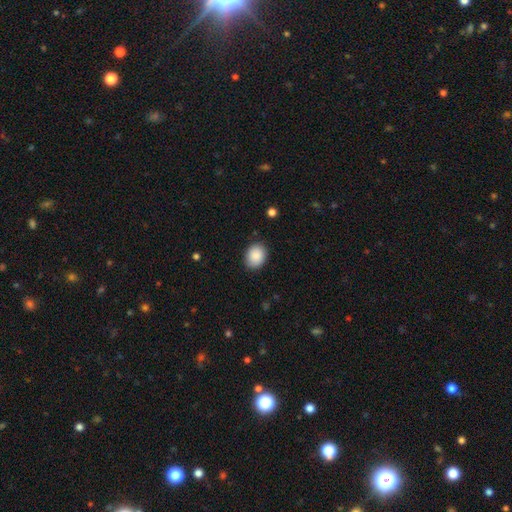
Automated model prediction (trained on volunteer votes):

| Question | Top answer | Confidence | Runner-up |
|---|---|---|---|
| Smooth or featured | smooth | 89% | star or artifact (7%) |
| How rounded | round | 50% | in between (49%) |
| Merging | none | 86% | minor disturbance (11%) |